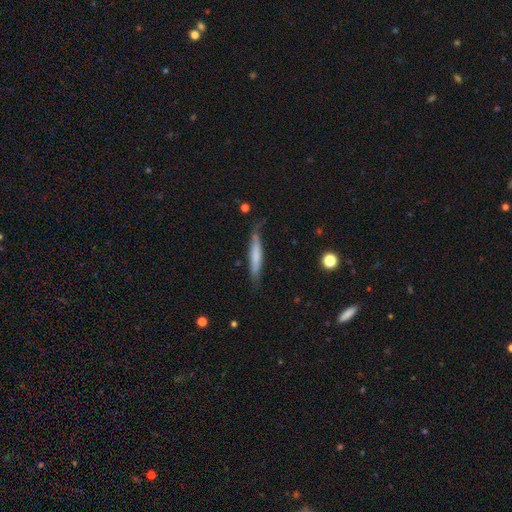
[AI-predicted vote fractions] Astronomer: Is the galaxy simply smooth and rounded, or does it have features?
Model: smooth — 61%.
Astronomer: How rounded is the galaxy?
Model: cigar-shaped — 92%.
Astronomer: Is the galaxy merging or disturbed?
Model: none — 68%.